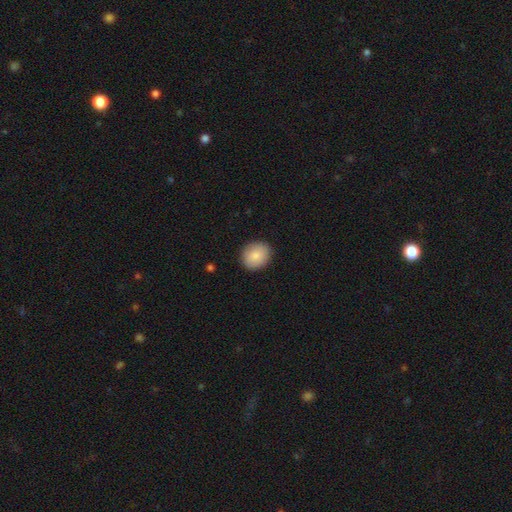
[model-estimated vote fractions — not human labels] A smooth galaxy with no disk features (86%) that is round (68%). Merging: none (89%).